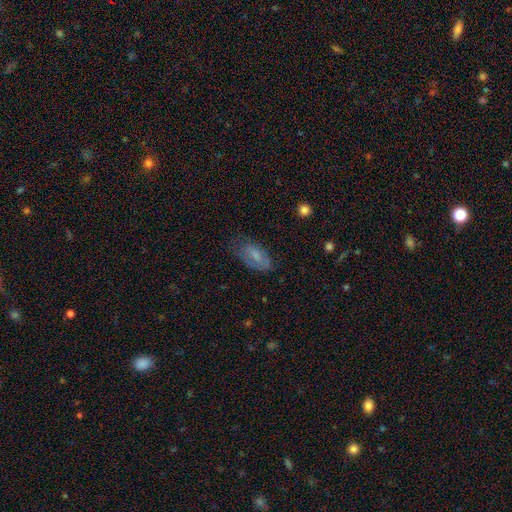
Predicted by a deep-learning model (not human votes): A smooth galaxy with no disk features (60%) that is in between round and cigar-shaped (88%). Merging: none (58%).